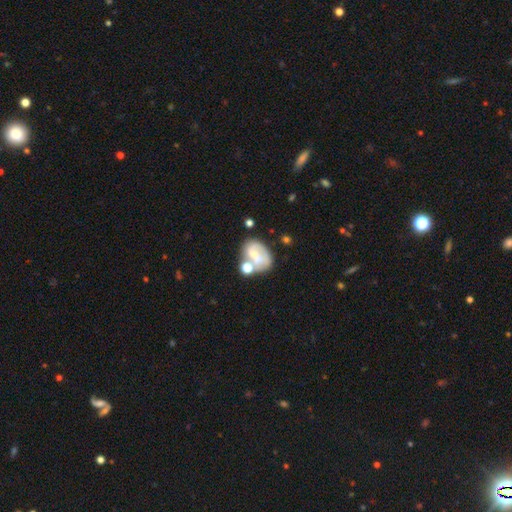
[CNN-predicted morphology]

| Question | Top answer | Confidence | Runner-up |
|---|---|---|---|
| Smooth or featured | smooth | 45% | tied: featured or disk (45%) |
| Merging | none | 39% | merger (29%) |